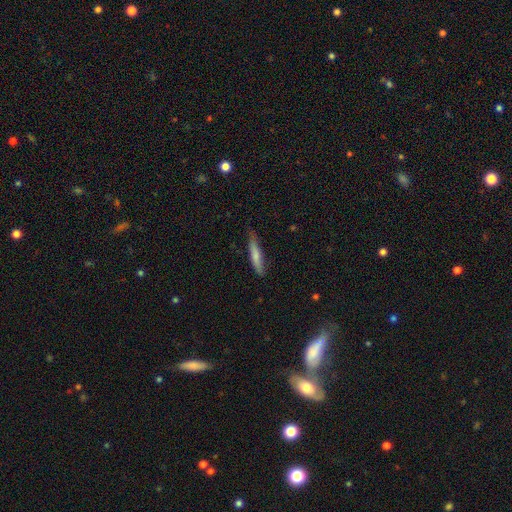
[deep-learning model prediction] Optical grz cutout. It shows a smooth galaxy with no disk features (70%) that is cigar-shaped (89%). Merging: none (76%).